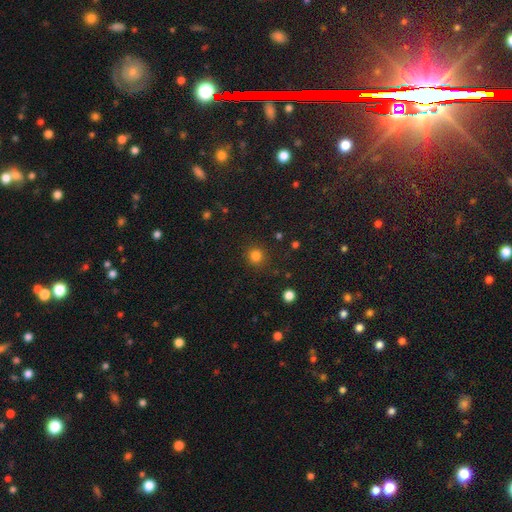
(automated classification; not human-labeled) Smooth or featured: smooth — 81% (star or artifact — 14%)
How rounded: round — 91% (in between — 8%)
Merging: none — 87% (minor disturbance — 8%)